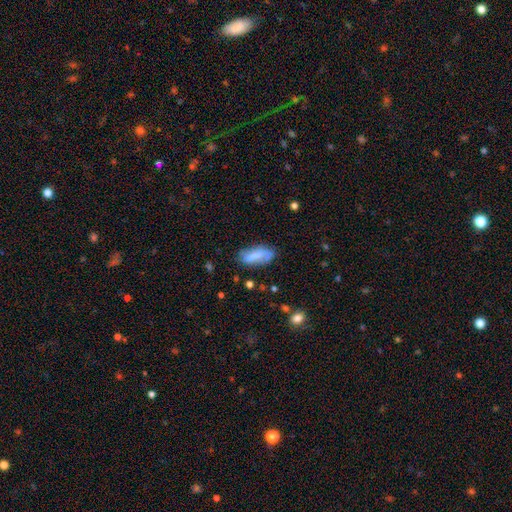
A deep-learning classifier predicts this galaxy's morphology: Smooth or featured: smooth — 70% (featured or disk — 22%)
How rounded: in between — 78% (cigar-shaped — 20%)
Merging: none — 58% (minor disturbance — 27%)